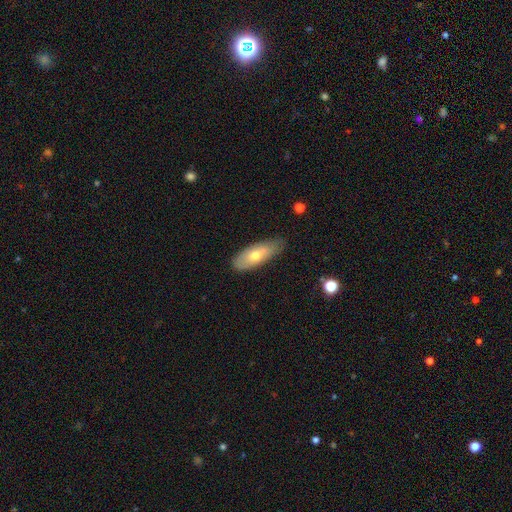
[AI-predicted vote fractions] smooth-or-featured: smooth: 61% | featured or disk: 32% | star or artifact: 6%
  how-rounded: in between: 73% | cigar-shaped: 24% | round: 3%
  merging: none: 75% | minor disturbance: 20% | major disturbance: 4% | merger: 1%